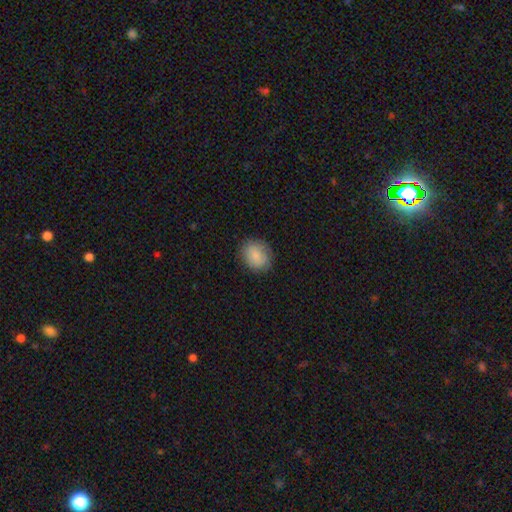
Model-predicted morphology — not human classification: Q: Smooth or featured?
A: smooth (84%); runner-up: featured or disk (9%)
Q: How rounded?
A: round (61%); runner-up: in between (38%)
Q: Merging?
A: none (82%); runner-up: minor disturbance (14%)